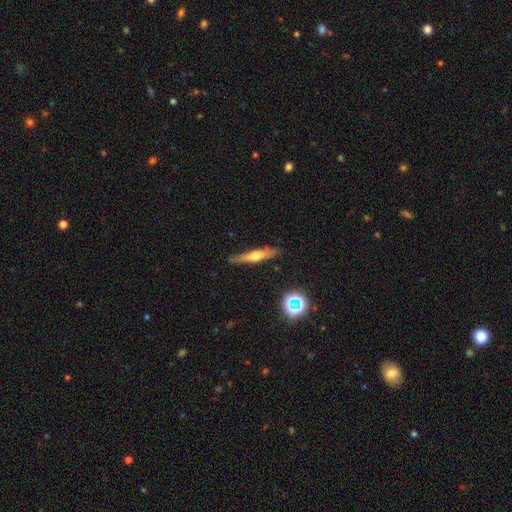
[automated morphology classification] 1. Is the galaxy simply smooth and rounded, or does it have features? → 57% featured or disk, 34% smooth, 8% star or artifact.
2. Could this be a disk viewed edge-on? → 93% yes, 7% no.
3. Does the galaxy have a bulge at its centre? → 87% rounded, 8% none, 6% boxy.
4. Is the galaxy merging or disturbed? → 85% none, 11% minor disturbance, 2% major disturbance, 2% merger.